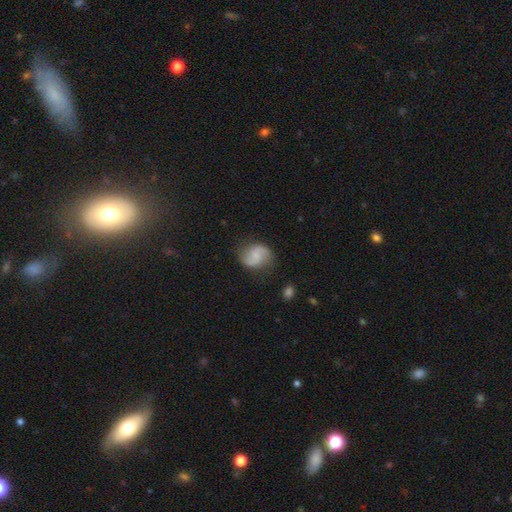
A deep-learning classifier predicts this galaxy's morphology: Smooth or featured: featured or disk — 53% (smooth — 39%)
Edge-on disk: no — 98% (yes — 2%)
Bar: no — 51% (weak — 39%)
Spiral arms: yes — 91% (no — 9%)
Bulge size: none — 41% (small — 35%)
Merging: none — 74% (minor disturbance — 18%)